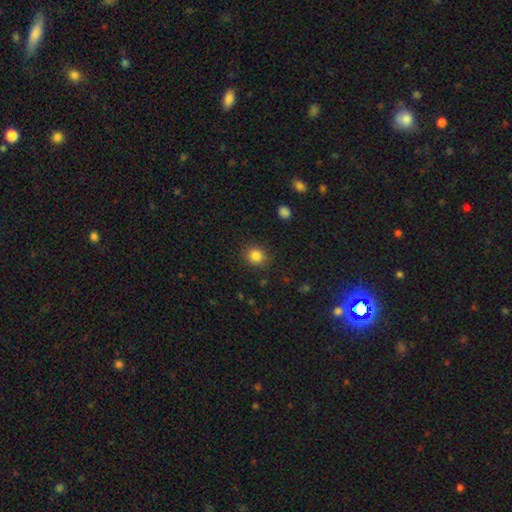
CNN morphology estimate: Smooth or featured: smooth — 84% (star or artifact — 11%)
How rounded: round — 86% (in between — 14%)
Merging: none — 89% (minor disturbance — 7%)